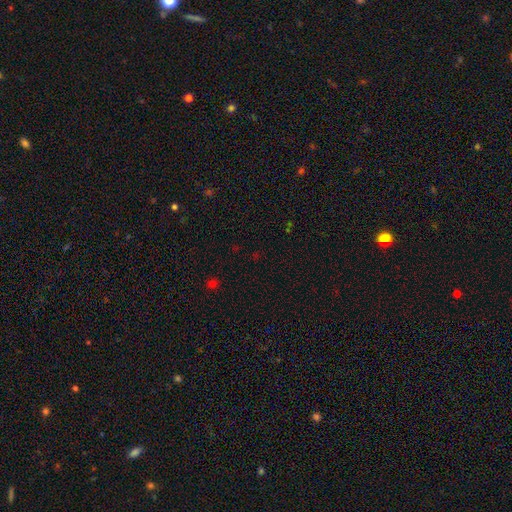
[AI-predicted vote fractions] A star or artifact, not a galaxy (64%).